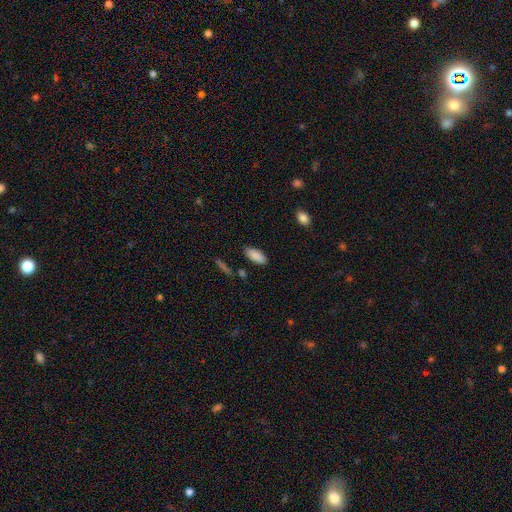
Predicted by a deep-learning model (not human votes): Smooth or featured?
  - smooth: 88% *
  - star or artifact: 7%
  - featured or disk: 5%
How rounded?
  - in between: 88% *
  - cigar-shaped: 10%
  - round: 2%
Merging?
  - none: 84% *
  - minor disturbance: 11%
  - major disturbance: 2%
  - merger: 2%